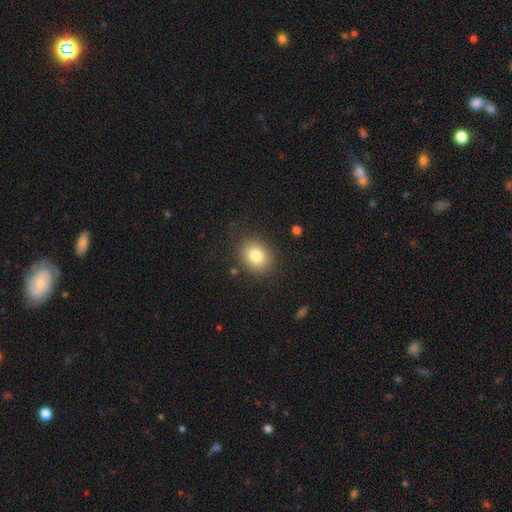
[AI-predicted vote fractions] Smooth or featured?
  - smooth: 81% *
  - star or artifact: 10%
  - featured or disk: 9%
How rounded?
  - round: 56% *
  - in between: 43%
  - cigar-shaped: 1%
Merging?
  - none: 85% *
  - minor disturbance: 10%
  - major disturbance: 3%
  - merger: 2%